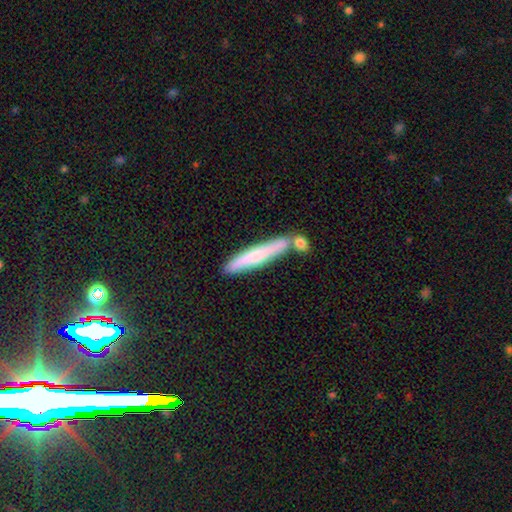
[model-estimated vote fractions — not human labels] Q: Smooth or featured?
A: smooth (60%); runner-up: featured or disk (34%)
Q: How rounded?
A: cigar-shaped (93%); runner-up: in between (6%)
Q: Merging?
A: none (66%); runner-up: merger (18%)